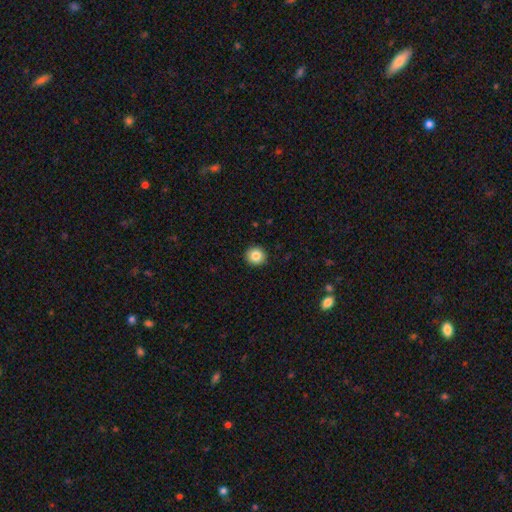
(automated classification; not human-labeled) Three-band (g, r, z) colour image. It shows a smooth galaxy with no disk features (85%) that is round (94%). Merging: none (93%).